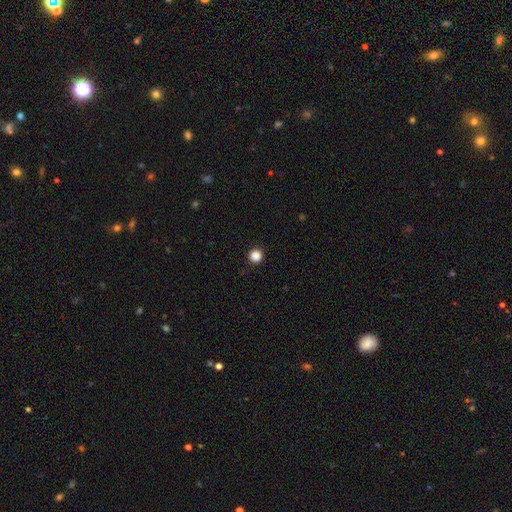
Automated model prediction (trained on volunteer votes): A smooth galaxy with no disk features (86%) that is round (95%).

Vote fractions:
- Smooth or featured? smooth: 86% / star or artifact: 11% / featured or disk: 2%
- How rounded? round: 95% / in between: 4% / cigar-shaped: 1%
- Merging? none: 93% / minor disturbance: 5% / major disturbance: 2% / merger: 1%